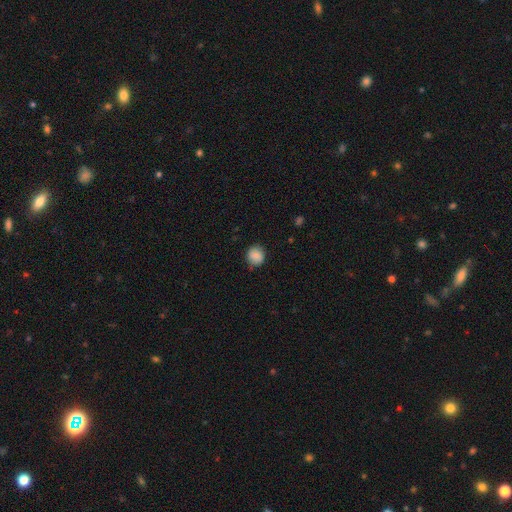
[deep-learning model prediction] The model was most divided on "merging": none: 81%, minor disturbance: 15%, major disturbance: 3%, merger: 1%. More confident: smooth or featured — smooth (86%); how rounded — round (84%).